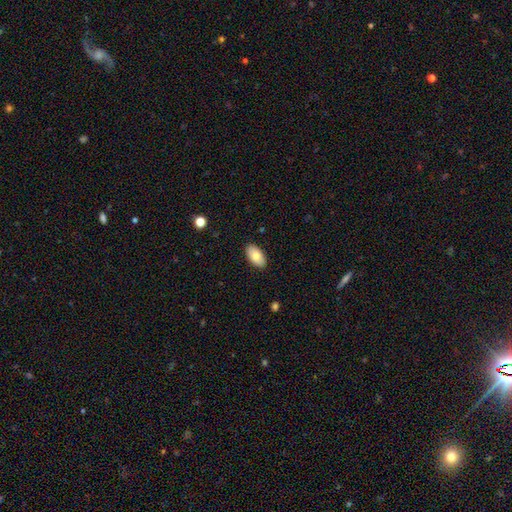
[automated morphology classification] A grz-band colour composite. It shows a smooth galaxy with no disk features (78%) that is in between round and cigar-shaped (95%). Merging: none (89%).